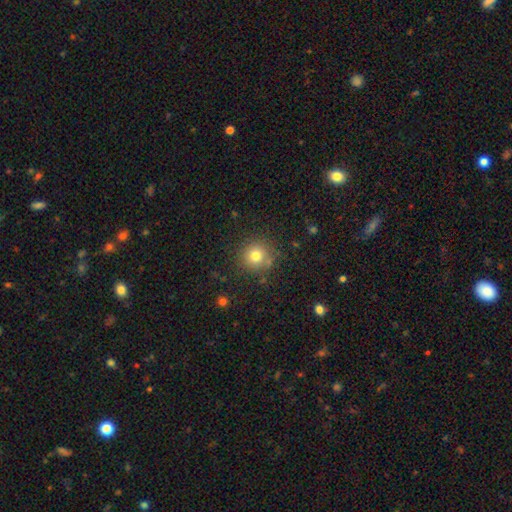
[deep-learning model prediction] A smooth galaxy with no disk features (77%) that is round (93%). Merging: none (85%).